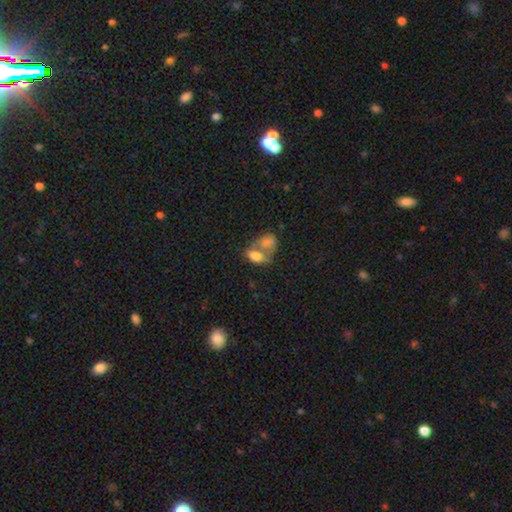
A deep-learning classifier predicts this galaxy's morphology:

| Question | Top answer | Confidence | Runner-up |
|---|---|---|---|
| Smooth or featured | smooth | 73% | featured or disk (18%) |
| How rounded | in between | 84% | round (14%) |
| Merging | merger | 66% | none (19%) |